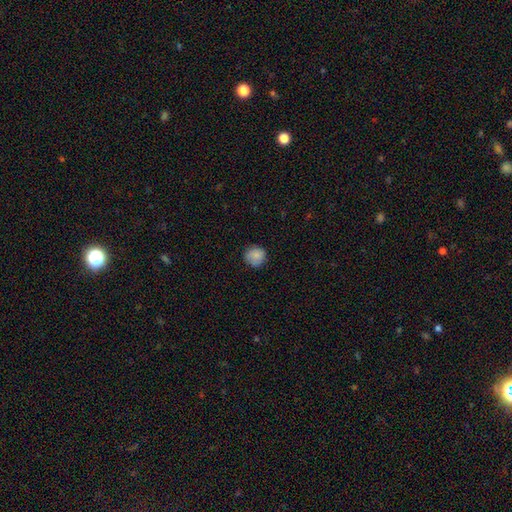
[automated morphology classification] smooth-or-featured: smooth: 85% | star or artifact: 8% | featured or disk: 7%
  how-rounded: round: 90% | in between: 9% | cigar-shaped: 1%
  merging: none: 82% | minor disturbance: 14% | major disturbance: 3% | merger: 1%